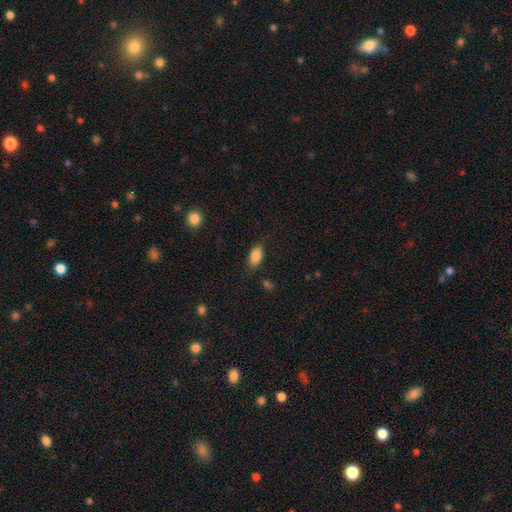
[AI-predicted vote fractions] Q: Smooth or featured?
A: smooth (87%); runner-up: star or artifact (8%)
Q: How rounded?
A: in between (91%); runner-up: cigar-shaped (5%)
Q: Merging?
A: none (75%); runner-up: minor disturbance (18%)